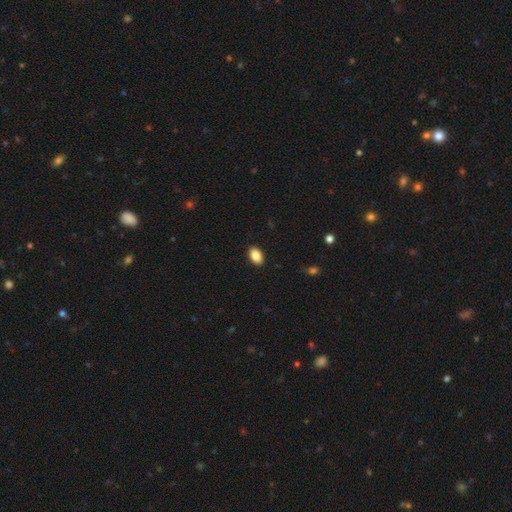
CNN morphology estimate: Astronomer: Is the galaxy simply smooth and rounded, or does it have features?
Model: smooth — 87%.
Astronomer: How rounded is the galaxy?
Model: in between — 91%.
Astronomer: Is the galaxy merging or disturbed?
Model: none — 90%.